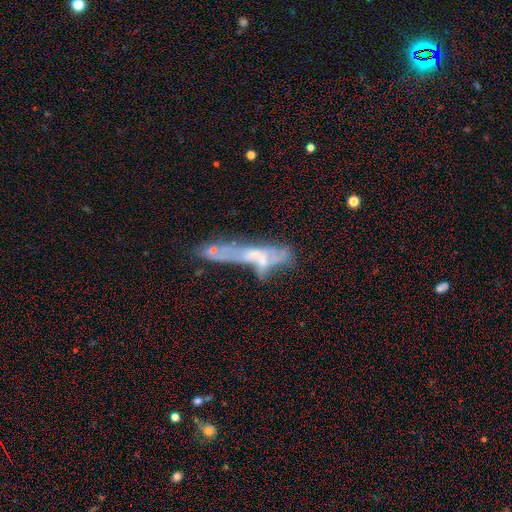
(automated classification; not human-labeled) Morphology: type=featured or disk (54%); edge-on=no (54%); merging=merger (36%).